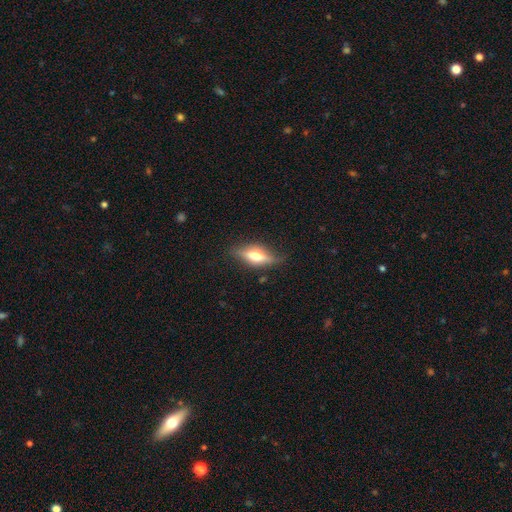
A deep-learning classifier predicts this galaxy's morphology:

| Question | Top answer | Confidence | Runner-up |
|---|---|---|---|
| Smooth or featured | featured or disk | 53% | smooth (39%) |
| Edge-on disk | yes | 87% | no (13%) |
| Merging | none | 76% | minor disturbance (17%) |